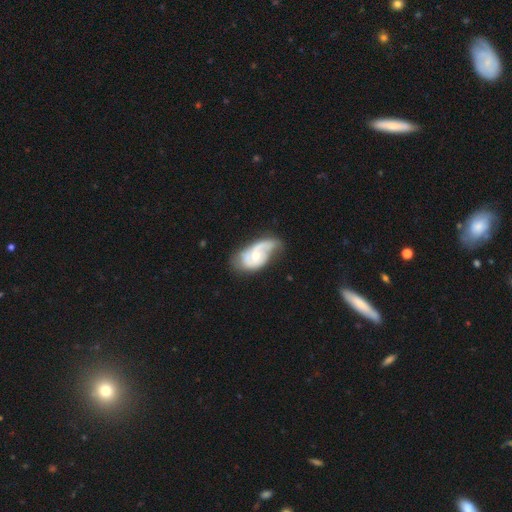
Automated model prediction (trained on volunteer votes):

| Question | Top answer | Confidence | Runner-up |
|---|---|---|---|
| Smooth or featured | featured or disk | 76% | smooth (19%) |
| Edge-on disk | no | 96% | yes (4%) |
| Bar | no | 71% | weak (24%) |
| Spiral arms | yes | 84% | no (16%) |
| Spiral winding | medium | 39% | tight (35%) |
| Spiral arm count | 2 | 48% | 1 (29%) |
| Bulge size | moderate | 68% | small (24%) |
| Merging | none | 37% | minor disturbance (33%) |